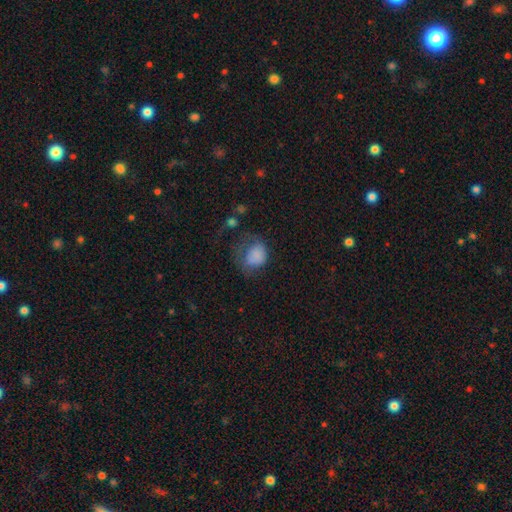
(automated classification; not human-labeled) This is likely a smooth galaxy (75%). How rounded: possibly round (58%). Merging: marginally major disturbance (44%).